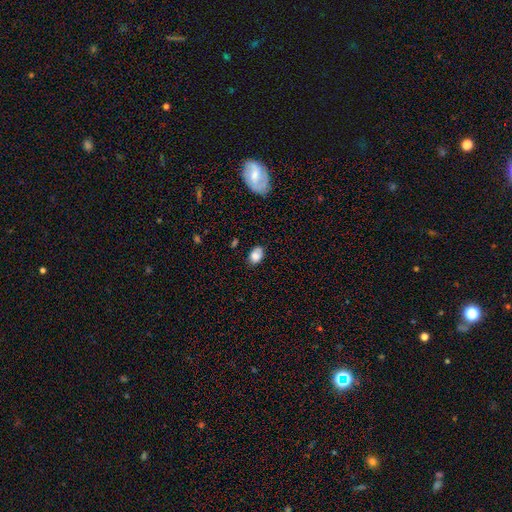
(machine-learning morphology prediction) A smooth galaxy with no disk features (82%) that is in between round and cigar-shaped (78%). Merging: none (69%).